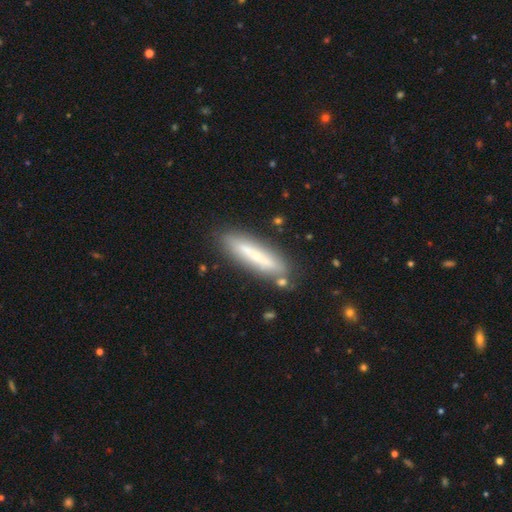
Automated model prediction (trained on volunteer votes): smooth_or_featured: smooth (p=0.57) [alt: featured or disk p=0.36]
how_rounded: cigar-shaped (p=0.85) [alt: in between p=0.14]
merging: none (p=0.80) [alt: minor disturbance p=0.12]